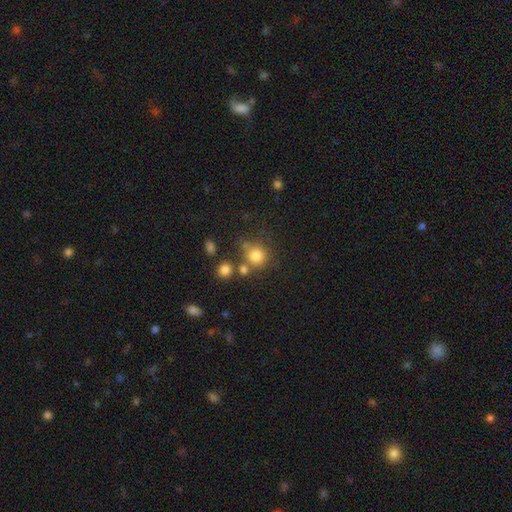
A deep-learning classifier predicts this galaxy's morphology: Q: Smooth or featured?
A: smooth (79%); runner-up: star or artifact (13%)
Q: How rounded?
A: round (89%); runner-up: in between (10%)
Q: Merging?
A: none (65%); runner-up: merger (18%)